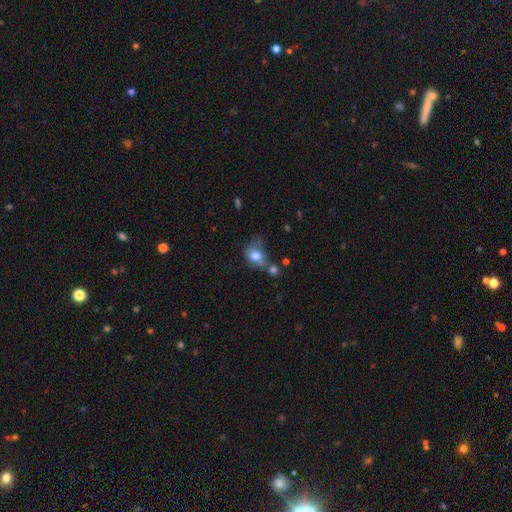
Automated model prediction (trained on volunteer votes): smooth 76%, featured or disk 14%, star or artifact 10%. Down the decision tree: how rounded — in between (55%); merging — none (30%).